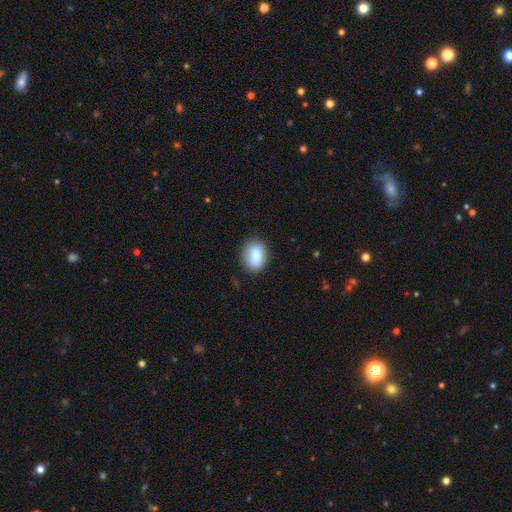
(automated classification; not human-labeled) smooth 81%, featured or disk 11%, star or artifact 8%. Down the decision tree: how rounded — in between (58%); merging — none (84%).